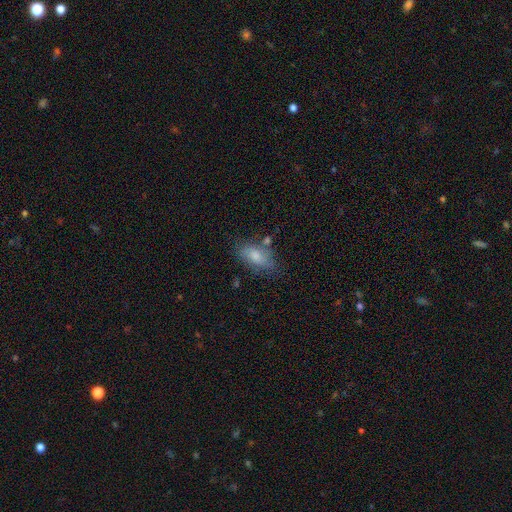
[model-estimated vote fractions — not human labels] A smooth galaxy with no disk features (71%) that is in between round and cigar-shaped (89%). Merging: none (62%).